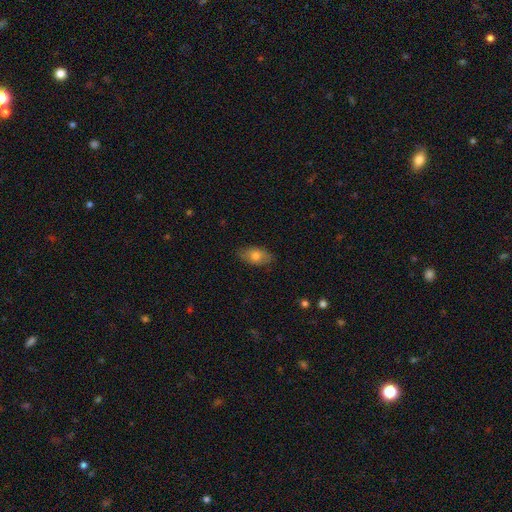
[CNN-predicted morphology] Q: Smooth or featured?
A: smooth (72%); runner-up: featured or disk (20%)
Q: How rounded?
A: in between (90%); runner-up: round (7%)
Q: Merging?
A: none (81%); runner-up: minor disturbance (15%)